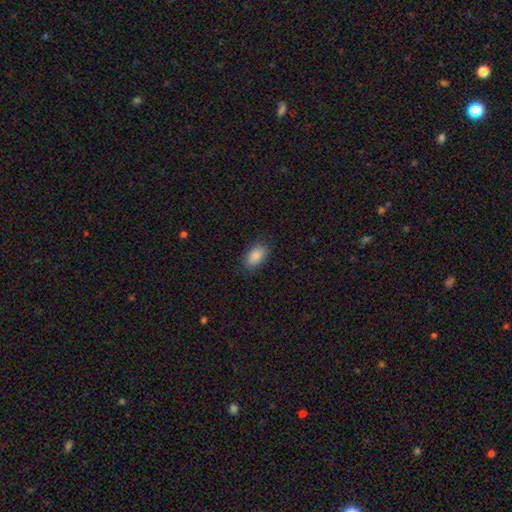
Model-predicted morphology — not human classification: smooth 89%, star or artifact 7%, featured or disk 4%. Down the decision tree: how rounded — in between (92%); merging — none (86%).